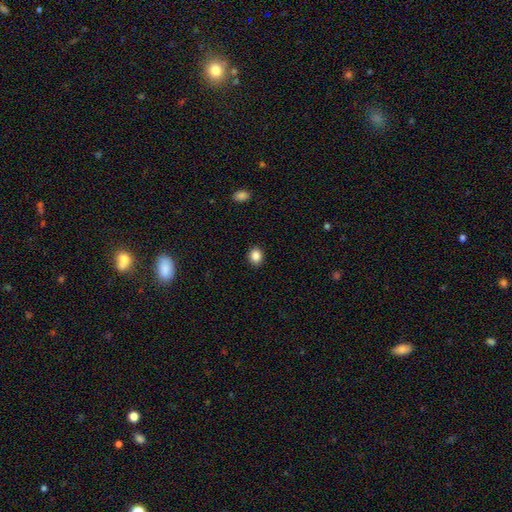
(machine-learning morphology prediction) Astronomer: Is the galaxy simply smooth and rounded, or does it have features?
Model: smooth — 86%.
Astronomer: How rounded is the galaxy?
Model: round — 64%.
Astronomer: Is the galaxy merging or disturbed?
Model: none — 91%.